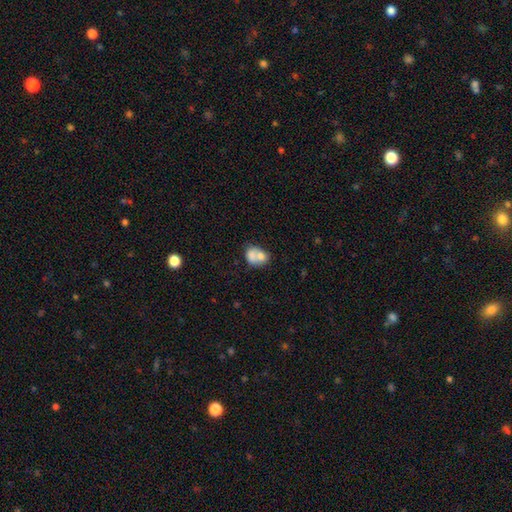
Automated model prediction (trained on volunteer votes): Smooth or featured: smooth — 70% (featured or disk — 22%)
How rounded: in between — 52% (round — 47%)
Merging: merger — 64% (none — 23%)